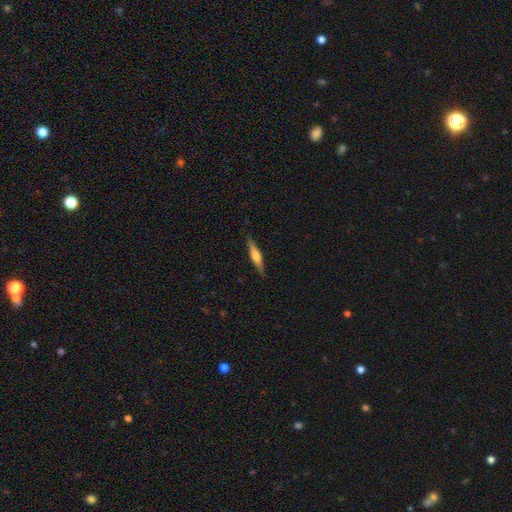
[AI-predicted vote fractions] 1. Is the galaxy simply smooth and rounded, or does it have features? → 58% featured or disk, 37% smooth, 6% star or artifact.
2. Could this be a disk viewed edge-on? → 97% yes, 3% no.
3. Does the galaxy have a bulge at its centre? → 76% rounded, 18% boxy, 6% none.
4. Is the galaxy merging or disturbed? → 88% none, 9% minor disturbance, 2% major disturbance, 1% merger.